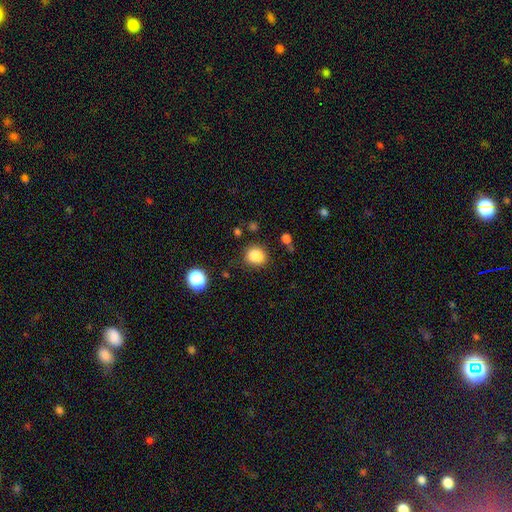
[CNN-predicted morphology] type=smooth (85%); roundness=round (65%); merging=none (78%).